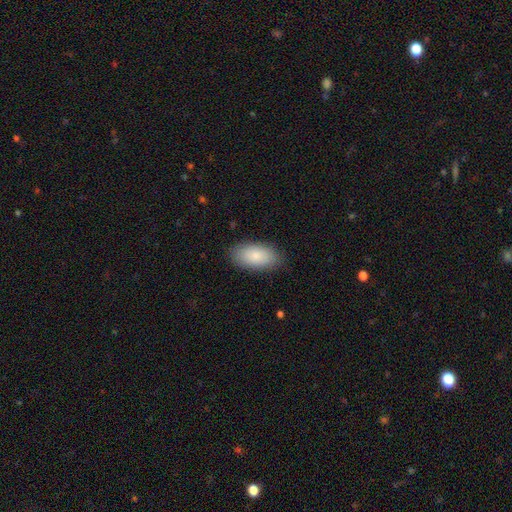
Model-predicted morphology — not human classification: smooth 85%, featured or disk 9%, star or artifact 6%. Down the decision tree: how rounded — in between (93%); merging — none (86%).